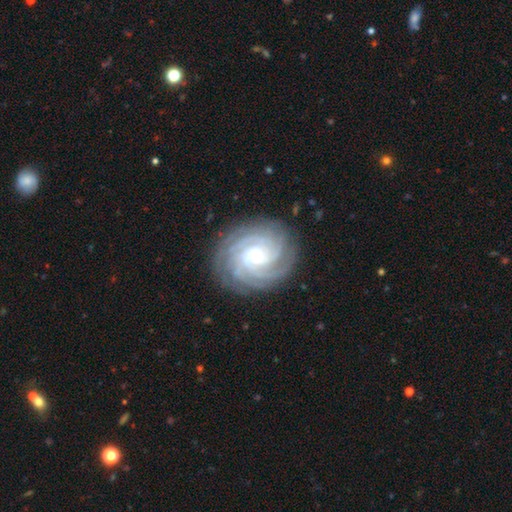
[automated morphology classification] type=featured or disk (90%); edge-on=no (98%); bar=no (61%); spiral arms=yes (99%); winding=tight (83%); arm count=4 (32%); bulge=small (57%); merging=none (85%).